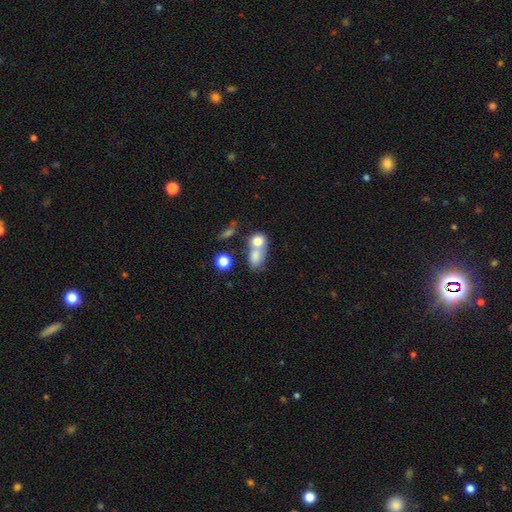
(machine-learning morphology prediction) This is likely a smooth galaxy (75%). How rounded: likely in between (62%). Merging: likely merger (62%).